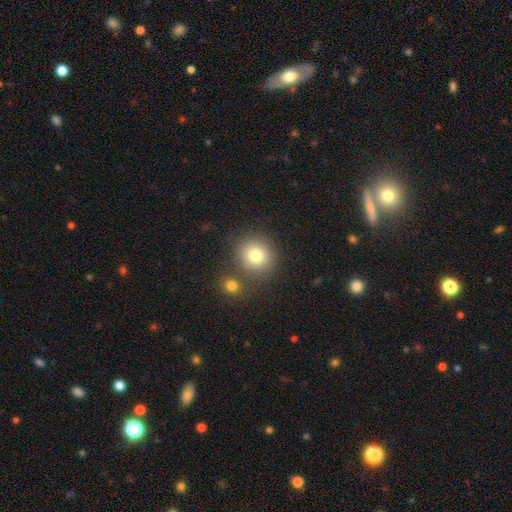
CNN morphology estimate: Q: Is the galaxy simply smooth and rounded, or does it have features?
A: smooth — 79%.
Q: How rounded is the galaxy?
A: round — 89%.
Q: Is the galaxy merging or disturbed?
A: none — 73%.